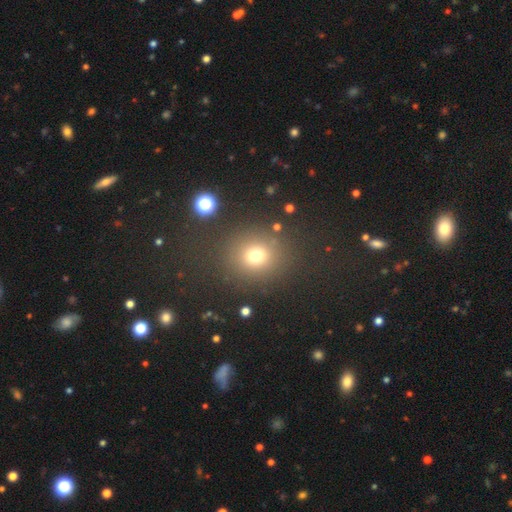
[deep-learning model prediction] Smooth or featured? smooth (72%)
How rounded? round (84%)
Merging? none (83%)